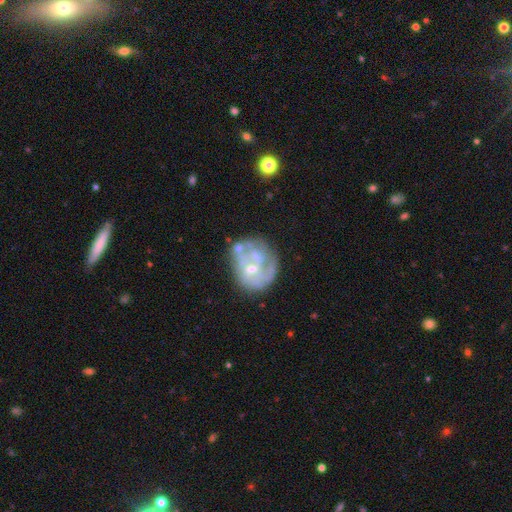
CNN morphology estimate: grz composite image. It shows a featured or disk galaxy (71%) with no bar (64%), spiral arms (57%) and a small central bulge (50%). Merging: none (51%).